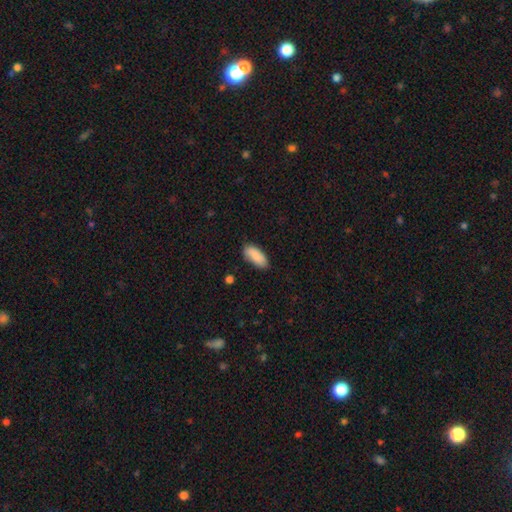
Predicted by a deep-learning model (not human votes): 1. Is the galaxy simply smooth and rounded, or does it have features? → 88% smooth, 6% star or artifact, 5% featured or disk.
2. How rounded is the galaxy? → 87% in between, 11% cigar-shaped, 2% round.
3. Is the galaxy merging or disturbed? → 79% none, 16% minor disturbance, 3% major disturbance, 2% merger.